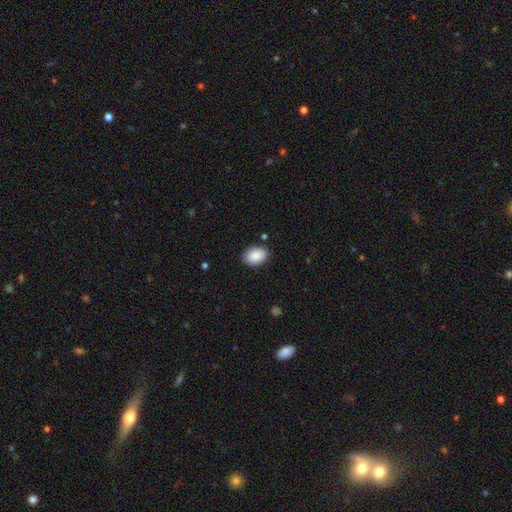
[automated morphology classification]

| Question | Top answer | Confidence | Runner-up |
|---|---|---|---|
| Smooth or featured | smooth | 89% | star or artifact (6%) |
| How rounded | in between | 87% | round (12%) |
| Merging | none | 86% | minor disturbance (10%) |